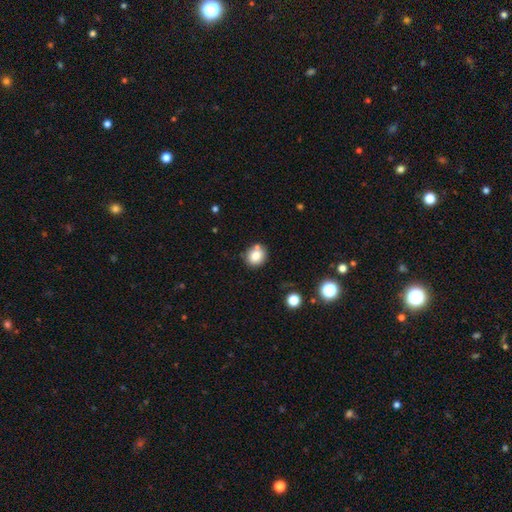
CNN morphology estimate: smooth 80%, star or artifact 11%, featured or disk 9%. Down the decision tree: how rounded — round (76%); merging — none (70%).